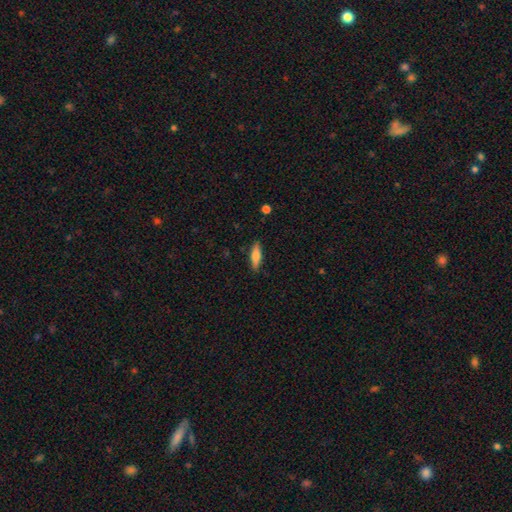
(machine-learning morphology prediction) type=smooth (71%); roundness=cigar-shaped (53%); merging=none (86%).